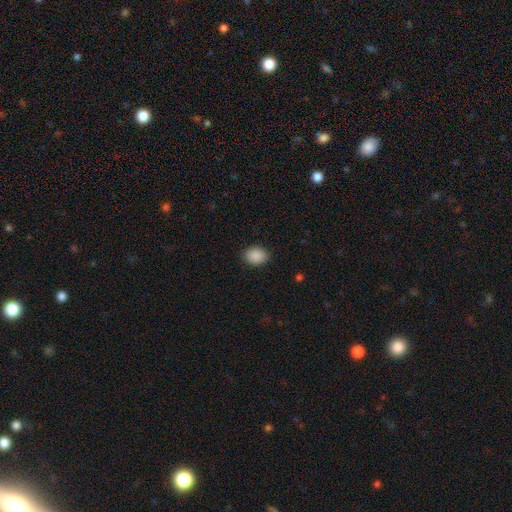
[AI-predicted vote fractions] Smooth or featured? smooth (90%)
How rounded? in between (65%)
Merging? none (88%)